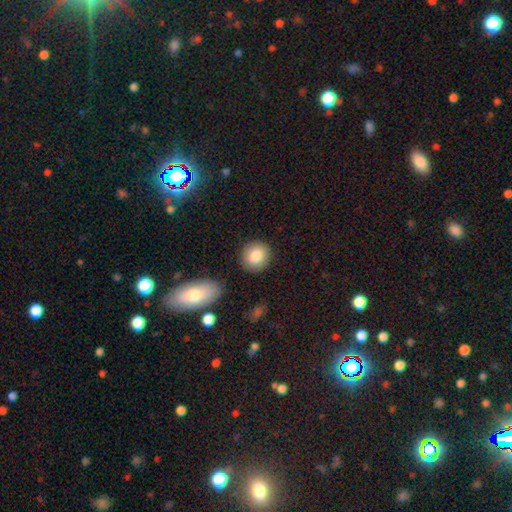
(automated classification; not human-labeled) Overall: smooth (86%). How rounded: round (83%). Merging: none (87%).